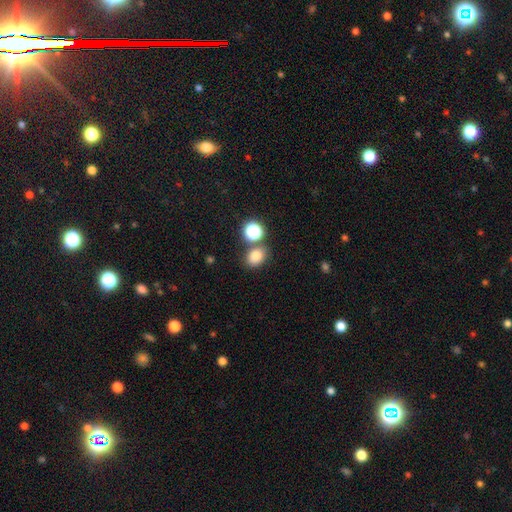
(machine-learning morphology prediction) A smooth galaxy with no disk features (79%) that is in between round and cigar-shaped (54%). Merging: none (70%).